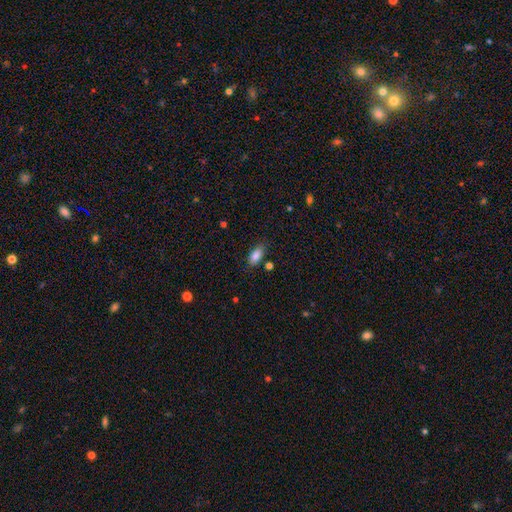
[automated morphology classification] A smooth galaxy with no disk features (85%) that is in between round and cigar-shaped (89%).

Vote fractions:
- Smooth or featured? smooth: 85% / star or artifact: 8% / featured or disk: 7%
- How rounded? in between: 89% / cigar-shaped: 8% / round: 3%
- Merging? none: 76% / minor disturbance: 18% / major disturbance: 4% / merger: 3%